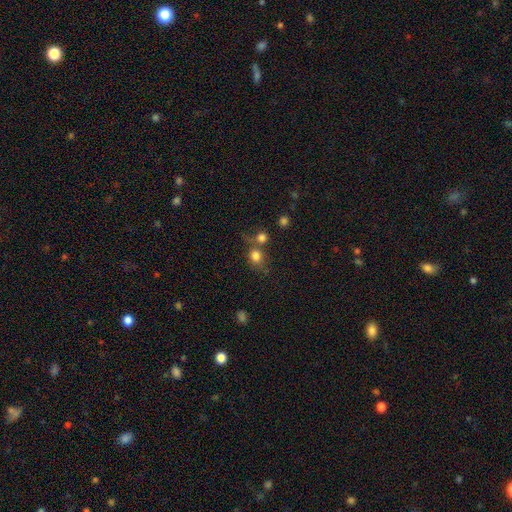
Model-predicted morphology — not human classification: A smooth galaxy with no disk features (78%) that is round (73%). Merging: none (48%).